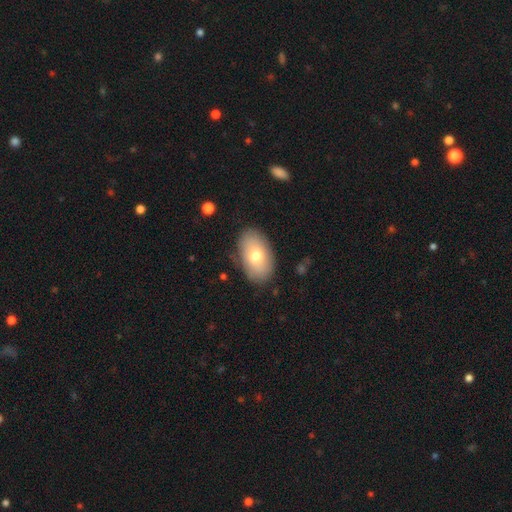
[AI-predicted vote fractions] Smooth or featured?
  - smooth: 72% *
  - featured or disk: 21%
  - star or artifact: 7%
How rounded?
  - in between: 93% *
  - round: 6%
  - cigar-shaped: 1%
Merging?
  - none: 83% *
  - minor disturbance: 12%
  - major disturbance: 3%
  - merger: 1%